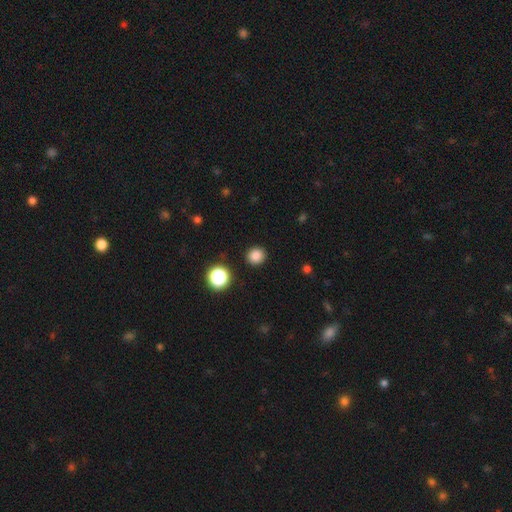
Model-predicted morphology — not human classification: This appears to be a smooth galaxy with no disk features (84%) that is round (89%). Merging: none (91%).